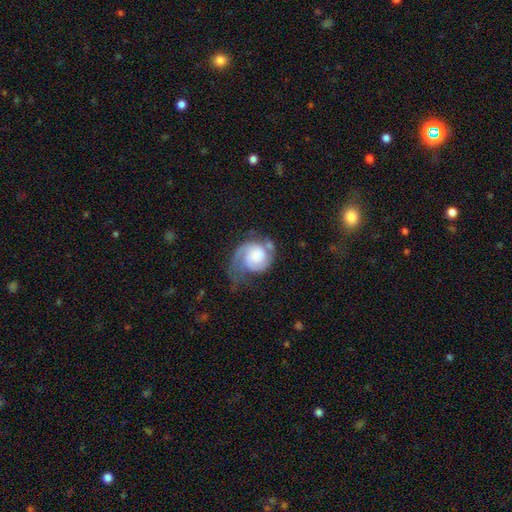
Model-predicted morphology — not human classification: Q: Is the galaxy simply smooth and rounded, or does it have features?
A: featured or disk — 73%.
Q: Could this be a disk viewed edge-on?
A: no — 98%.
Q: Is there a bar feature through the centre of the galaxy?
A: no — 69%.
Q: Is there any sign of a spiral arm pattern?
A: yes — 94%.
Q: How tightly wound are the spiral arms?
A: medium — 41%.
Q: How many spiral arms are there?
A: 2 — 64%.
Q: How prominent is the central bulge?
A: large — 27%.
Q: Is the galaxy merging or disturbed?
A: none — 36%.